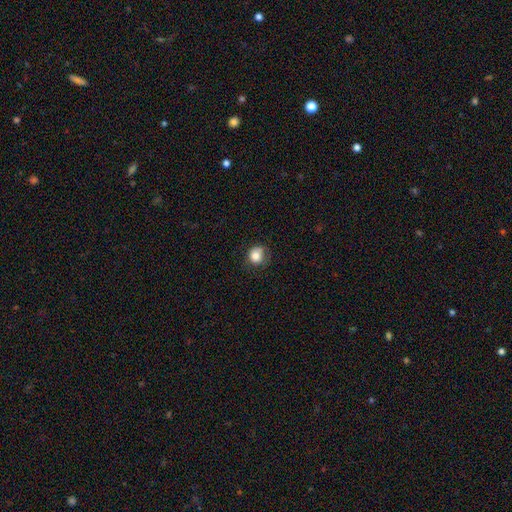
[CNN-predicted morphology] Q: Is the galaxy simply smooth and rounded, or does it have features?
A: smooth — 80%.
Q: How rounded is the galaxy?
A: round — 81%.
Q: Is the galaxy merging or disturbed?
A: none — 62%.